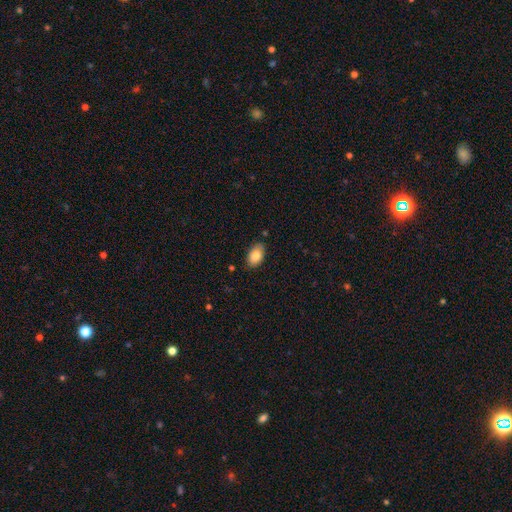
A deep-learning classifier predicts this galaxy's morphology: Overall: smooth (84%). How rounded: in between (93%). Merging: none (82%).